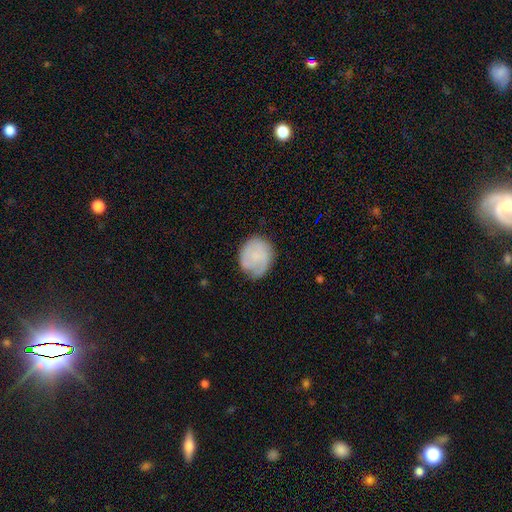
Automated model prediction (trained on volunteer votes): Overall: featured or disk (47%; smooth 46%). Merging: none (69%).